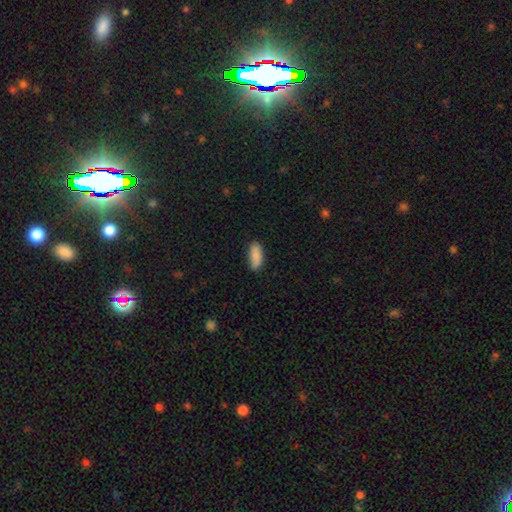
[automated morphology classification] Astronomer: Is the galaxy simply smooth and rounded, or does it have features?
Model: smooth — 86%.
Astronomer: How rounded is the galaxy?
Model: in between — 79%.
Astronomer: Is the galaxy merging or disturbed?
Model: none — 76%.